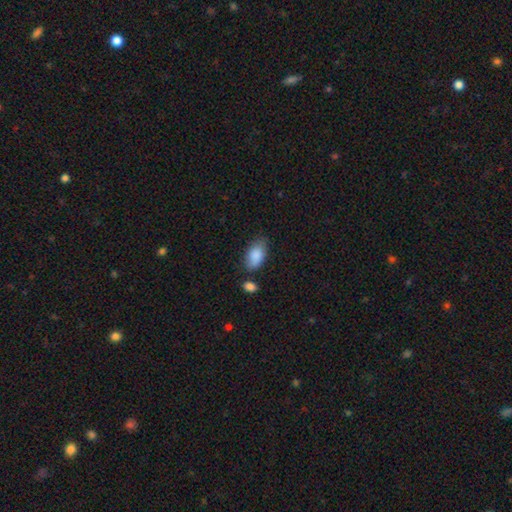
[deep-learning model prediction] A smooth galaxy with no disk features (87%) that is in between round and cigar-shaped (93%). Merging: none (62%).